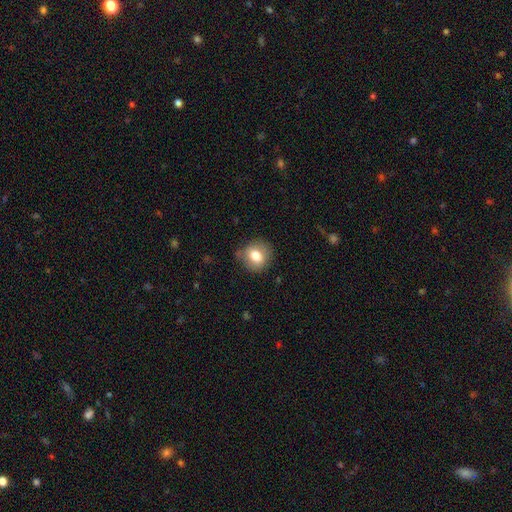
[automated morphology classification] Smooth or featured? Predicted: smooth (p=0.77). How rounded? Predicted: round (p=0.74). Merging? Predicted: none (p=0.77).